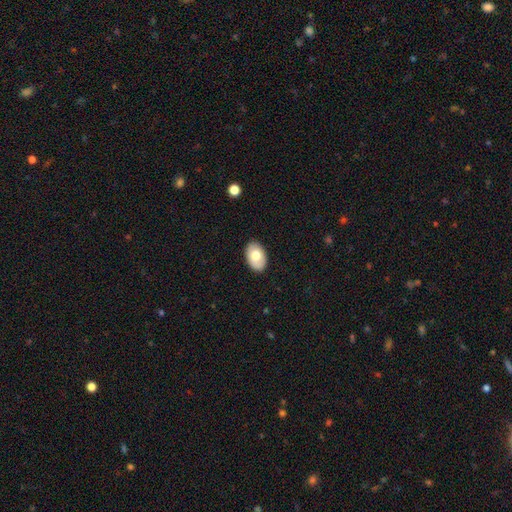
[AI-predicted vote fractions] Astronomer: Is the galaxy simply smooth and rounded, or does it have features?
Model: smooth — 72%.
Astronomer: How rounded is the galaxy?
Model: in between — 90%.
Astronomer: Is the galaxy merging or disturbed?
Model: none — 87%.